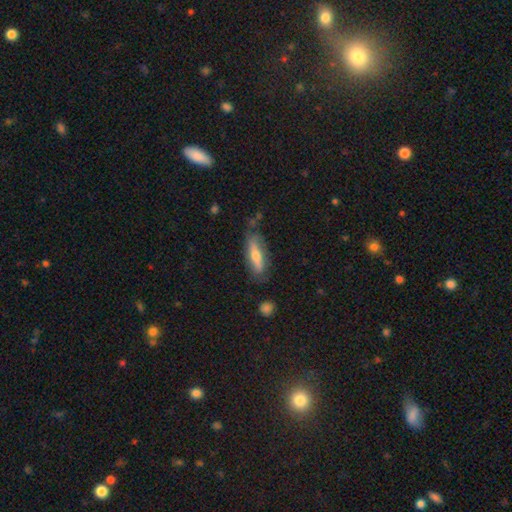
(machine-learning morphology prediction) The model was most divided on "smooth or featured": smooth: 50%, featured or disk: 44%, star or artifact: 7%. More confident: merging — none (67%).